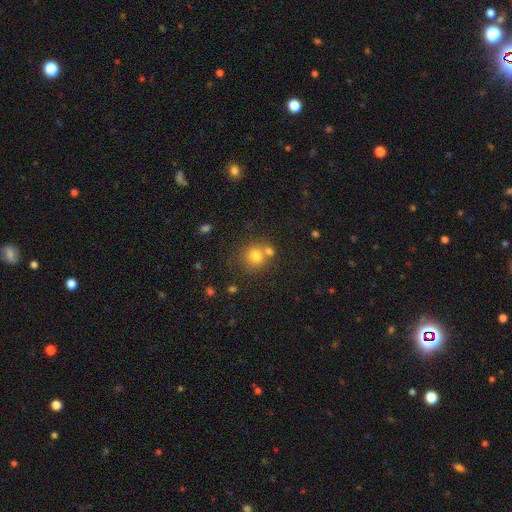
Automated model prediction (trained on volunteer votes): smooth 76%, star or artifact 13%, featured or disk 11%. Down the decision tree: how rounded — round (88%); merging — none (57%).